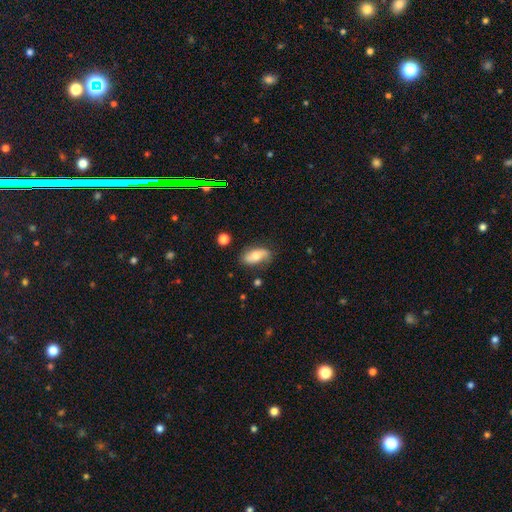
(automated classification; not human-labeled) Overall: smooth (60%; featured or disk 32%). How rounded: in between (85%). Merging: none (73%).